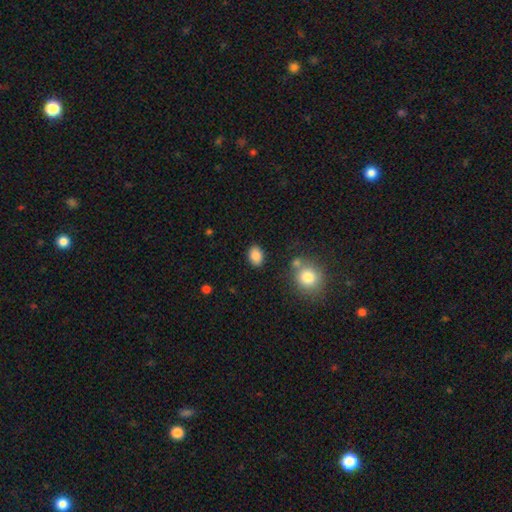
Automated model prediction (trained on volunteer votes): Smooth or featured? Predicted: smooth (p=0.87). How rounded? Predicted: in between (p=0.76). Merging? Predicted: none (p=0.84).